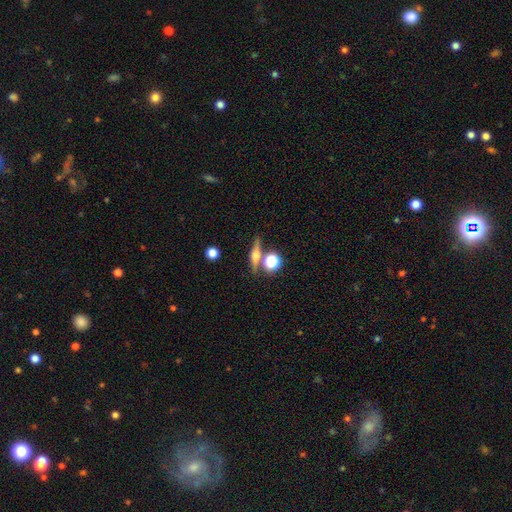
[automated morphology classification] Smooth or featured? featured or disk (55%)
Edge-on disk? yes (91%)
Edge-on bulge? rounded (91%)
Merging? none (73%)